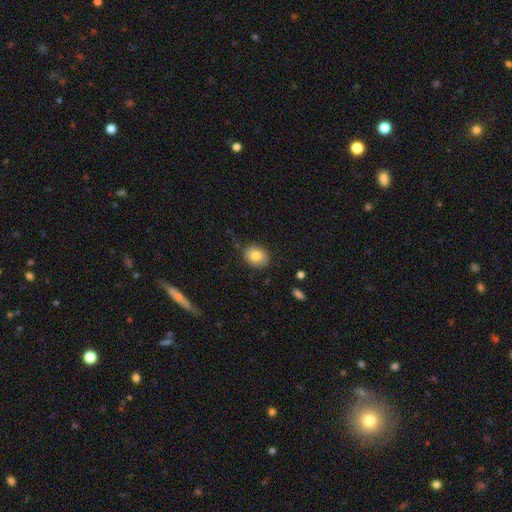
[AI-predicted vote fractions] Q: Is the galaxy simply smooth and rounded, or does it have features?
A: smooth — 78%.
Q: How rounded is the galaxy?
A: round — 51%.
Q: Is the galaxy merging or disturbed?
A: none — 76%.